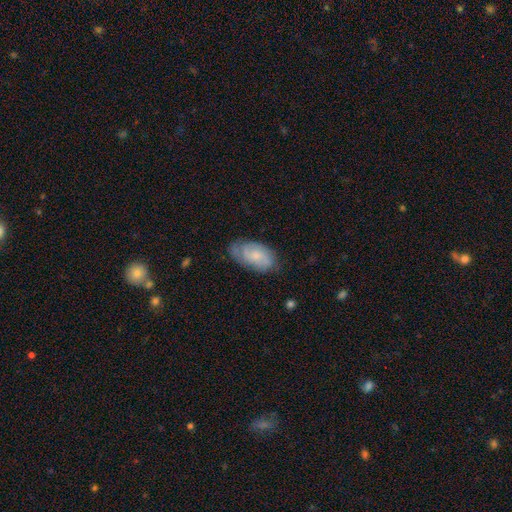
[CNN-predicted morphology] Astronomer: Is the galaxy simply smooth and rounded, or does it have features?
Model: featured or disk — 49% (runner-up: smooth, 44%).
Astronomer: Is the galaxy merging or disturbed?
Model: none — 67%.